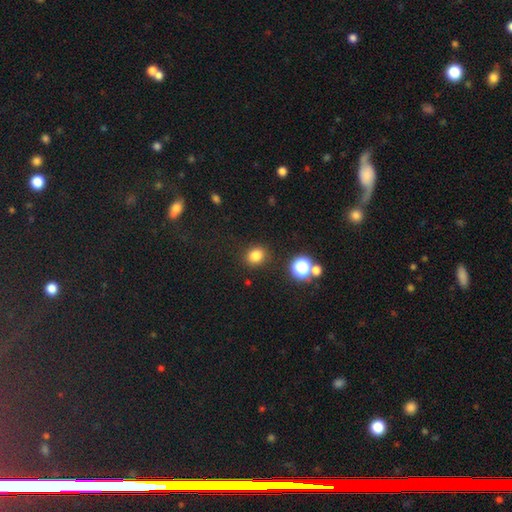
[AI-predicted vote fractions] smooth-or-featured: smooth: 80% | star or artifact: 14% | featured or disk: 5%
  how-rounded: round: 64% | in between: 35% | cigar-shaped: 1%
  merging: none: 87% | minor disturbance: 8% | major disturbance: 3% | merger: 2%